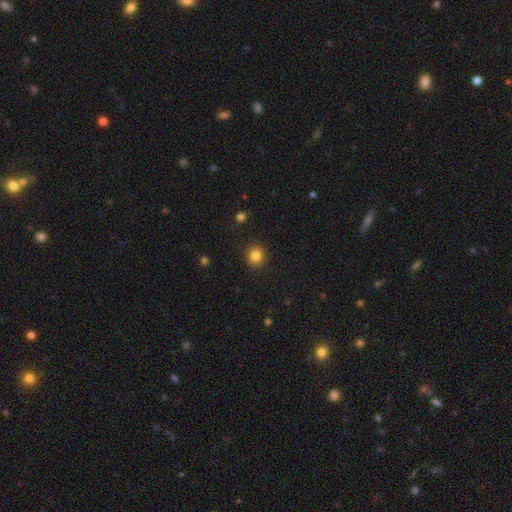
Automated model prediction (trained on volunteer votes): Smooth or featured? smooth (84%)
How rounded? round (87%)
Merging? none (91%)